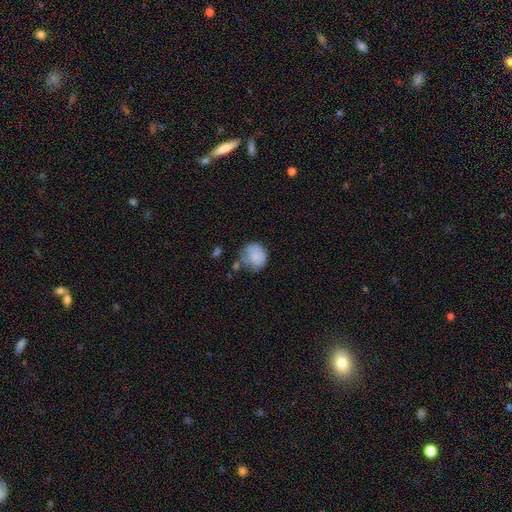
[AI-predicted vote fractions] smooth_or_featured: smooth (p=0.72) [alt: featured or disk p=0.19]
how_rounded: round (p=0.70) [alt: in between p=0.29]
merging: none (p=0.43) [alt: minor disturbance p=0.32]